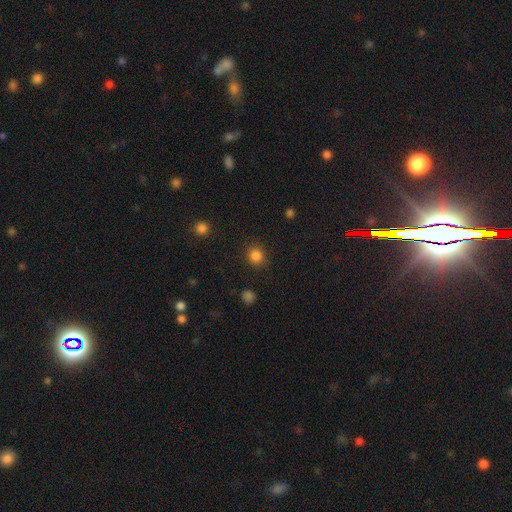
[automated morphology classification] This appears to be a smooth galaxy with no disk features (85%) that is round (90%). Merging: none (87%).